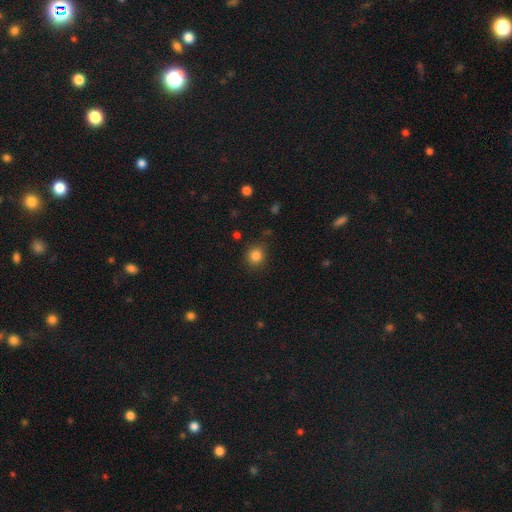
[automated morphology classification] smooth 84%, star or artifact 12%, featured or disk 5%. Down the decision tree: how rounded — round (85%); merging — none (85%).